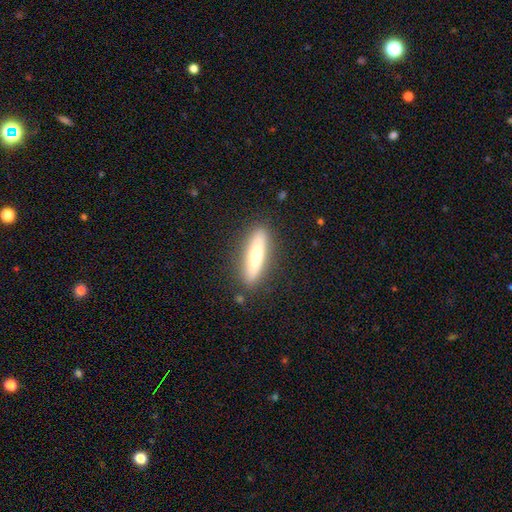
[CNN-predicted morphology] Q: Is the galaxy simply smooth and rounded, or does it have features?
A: smooth — 55%.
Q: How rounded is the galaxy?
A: cigar-shaped — 75%.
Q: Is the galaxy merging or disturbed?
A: none — 87%.